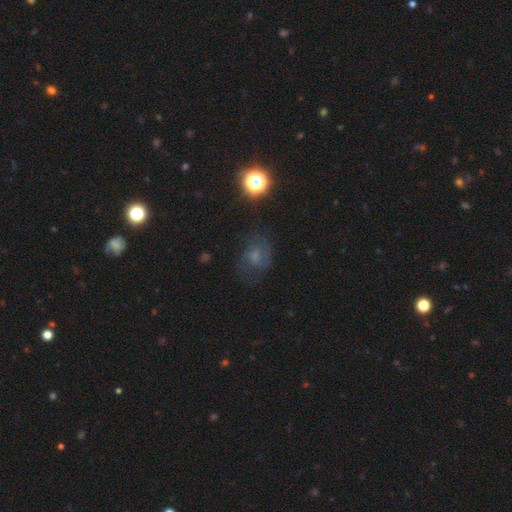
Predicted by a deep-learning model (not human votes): This appears to be a smooth galaxy with no disk features (40%). Merging: none (60%).